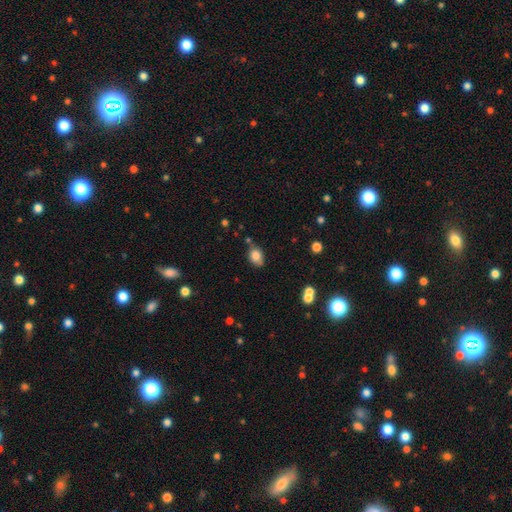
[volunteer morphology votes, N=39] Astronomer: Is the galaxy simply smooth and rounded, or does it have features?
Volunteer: smooth — 82%.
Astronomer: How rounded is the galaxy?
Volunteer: in between — 56% (runner-up: round, 41%).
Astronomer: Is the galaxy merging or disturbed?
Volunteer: none — 73%.